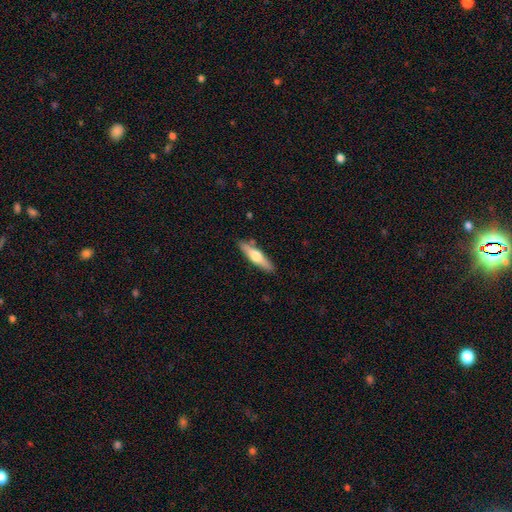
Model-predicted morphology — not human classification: This is possibly a smooth galaxy (47%, tied with featured or disk). Merging: clearly none (86%).